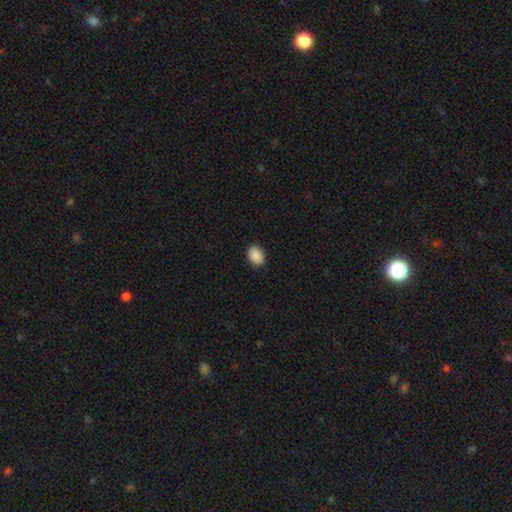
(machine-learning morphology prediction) The model was most divided on "how rounded": in between: 70%, round: 29%, cigar-shaped: 1%. More confident: smooth or featured — smooth (90%); merging — none (88%).